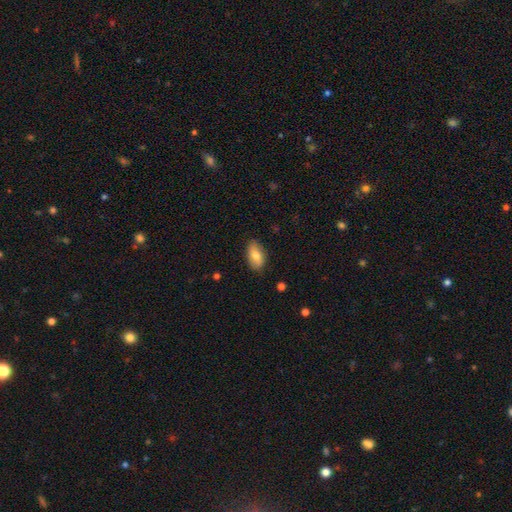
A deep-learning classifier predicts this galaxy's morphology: A smooth galaxy with no disk features (78%) that is in between round and cigar-shaped (92%). Merging: none (84%).